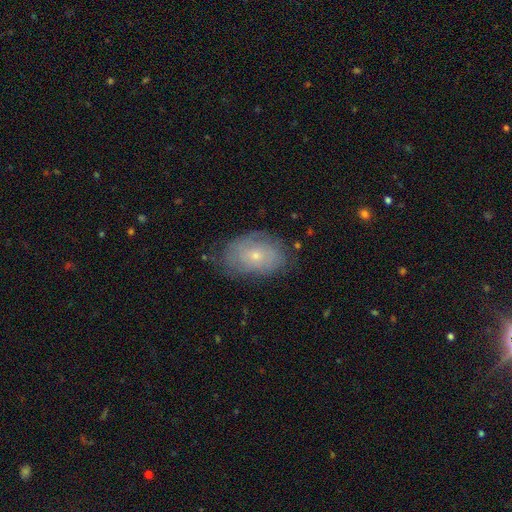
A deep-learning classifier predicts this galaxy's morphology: smooth_or_featured: featured or disk (p=0.49) [alt: smooth p=0.42]
merging: none (p=0.67) [alt: minor disturbance p=0.24]